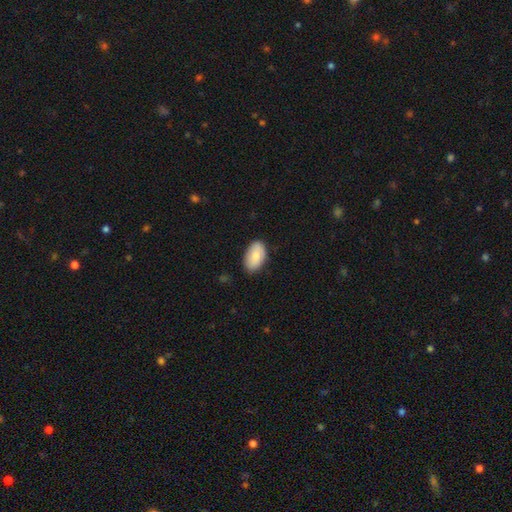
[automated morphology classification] smooth 82%, featured or disk 12%, star or artifact 6%. Down the decision tree: how rounded — in between (94%); merging — none (82%).